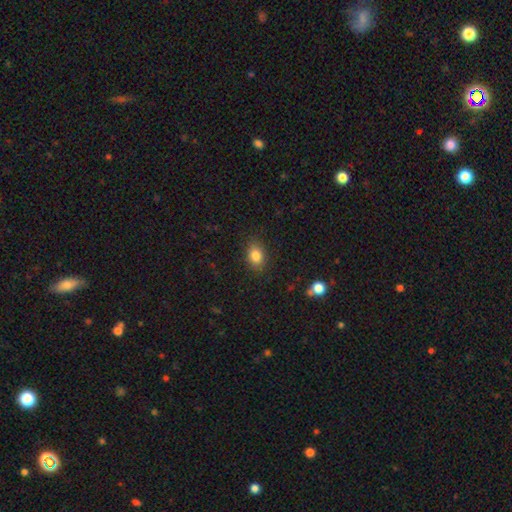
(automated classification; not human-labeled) Smooth or featured?
  - smooth: 84% *
  - star or artifact: 10%
  - featured or disk: 6%
How rounded?
  - in between: 72% *
  - round: 26%
  - cigar-shaped: 1%
Merging?
  - none: 86% *
  - minor disturbance: 10%
  - major disturbance: 3%
  - merger: 1%